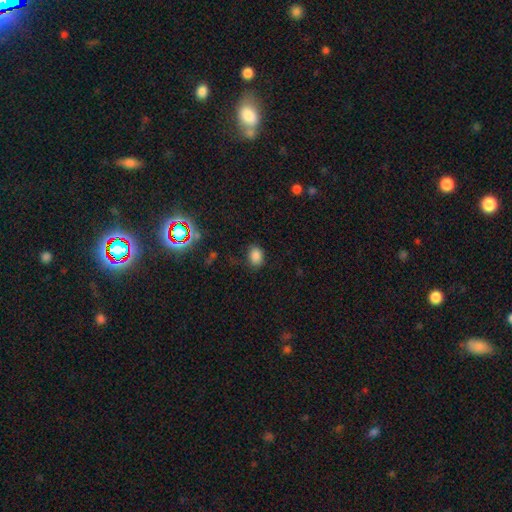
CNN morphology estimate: This appears to be a smooth galaxy with no disk features (82%) that is in between round and cigar-shaped (68%). Merging: none (77%).